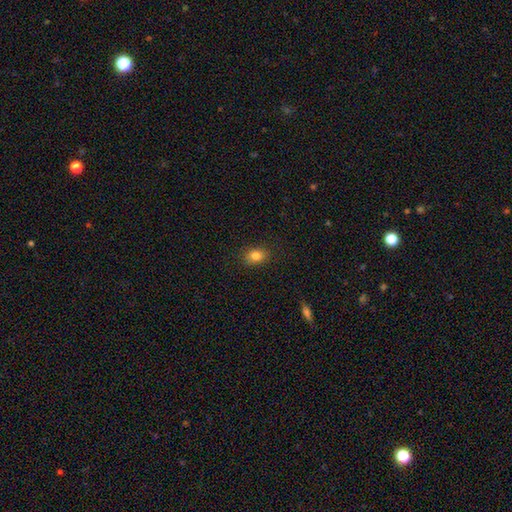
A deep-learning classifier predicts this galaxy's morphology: smooth_or_featured: smooth (p=0.83) [alt: star or artifact p=0.11]
how_rounded: in between (p=0.62) [alt: round p=0.37]
merging: none (p=0.88) [alt: minor disturbance p=0.09]